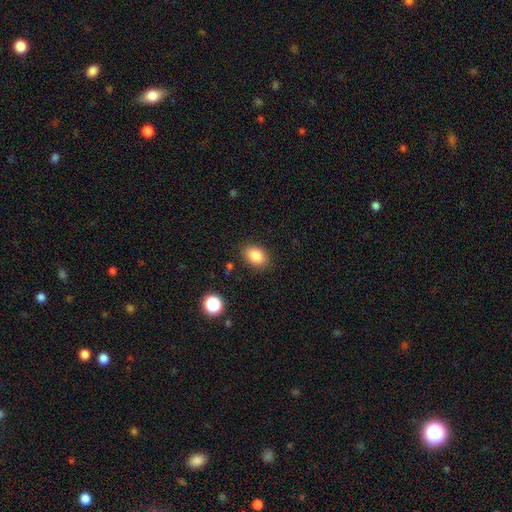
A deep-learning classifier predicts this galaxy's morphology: The model was most divided on "how rounded": in between: 78%, round: 21%, cigar-shaped: 1%. More confident: merging — none (86%); smooth or featured — smooth (86%).